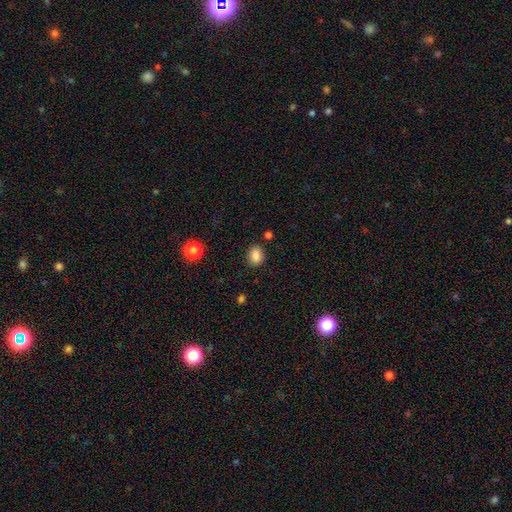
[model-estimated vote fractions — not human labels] Q: Smooth or featured?
A: smooth (86%); runner-up: star or artifact (10%)
Q: How rounded?
A: in between (50%); runner-up: round (49%)
Q: Merging?
A: none (85%); runner-up: minor disturbance (9%)